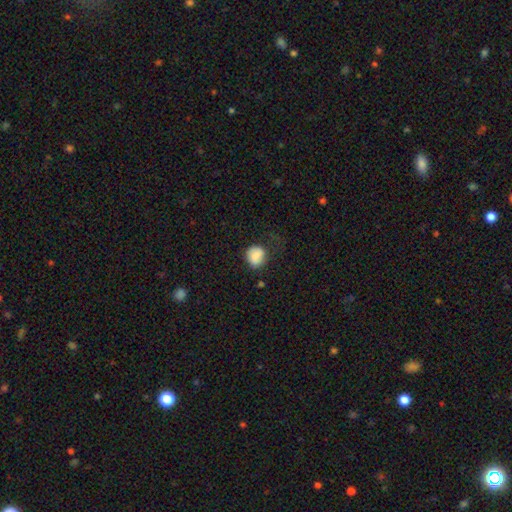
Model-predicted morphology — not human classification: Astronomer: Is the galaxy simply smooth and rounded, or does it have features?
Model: smooth — 86%.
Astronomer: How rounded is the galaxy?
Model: round — 67%.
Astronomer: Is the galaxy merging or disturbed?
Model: none — 54%.